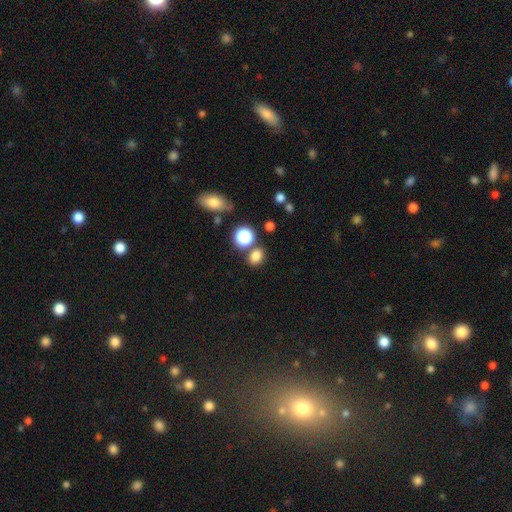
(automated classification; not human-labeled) The model was most divided on "how rounded": in between: 51%, round: 48%, cigar-shaped: 1%. More confident: smooth or featured — smooth (78%); merging — none (73%).